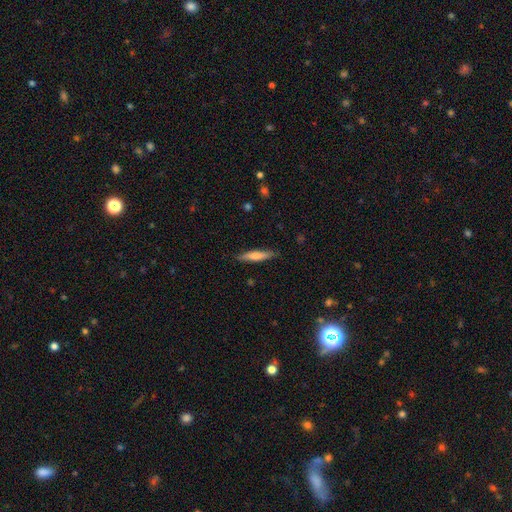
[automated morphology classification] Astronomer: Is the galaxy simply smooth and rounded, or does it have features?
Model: smooth — 66%.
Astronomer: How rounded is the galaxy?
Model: cigar-shaped — 86%.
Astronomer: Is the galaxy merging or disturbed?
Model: none — 87%.